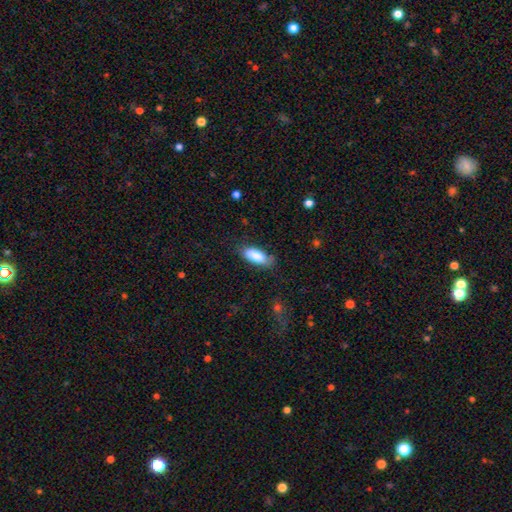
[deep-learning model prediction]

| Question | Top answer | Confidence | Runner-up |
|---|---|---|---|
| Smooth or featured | smooth | 84% | featured or disk (10%) |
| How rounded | in between | 79% | cigar-shaped (19%) |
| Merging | none | 77% | minor disturbance (17%) |